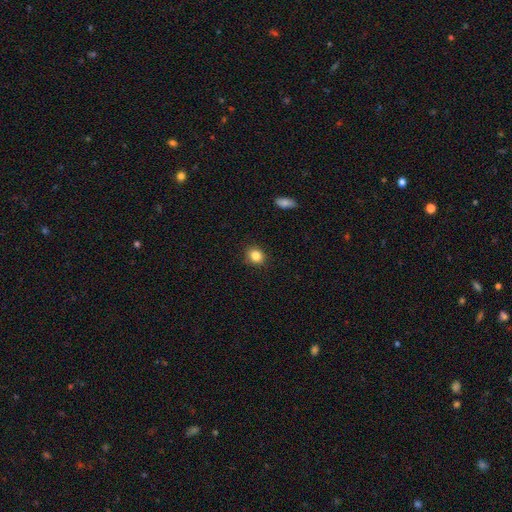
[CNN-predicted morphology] A smooth galaxy with no disk features (85%) that is round (64%).

Vote fractions:
- Smooth or featured? smooth: 85% / star or artifact: 10% / featured or disk: 5%
- How rounded? round: 64% / in between: 35% / cigar-shaped: 1%
- Merging? none: 88% / minor disturbance: 8% / major disturbance: 2% / merger: 1%